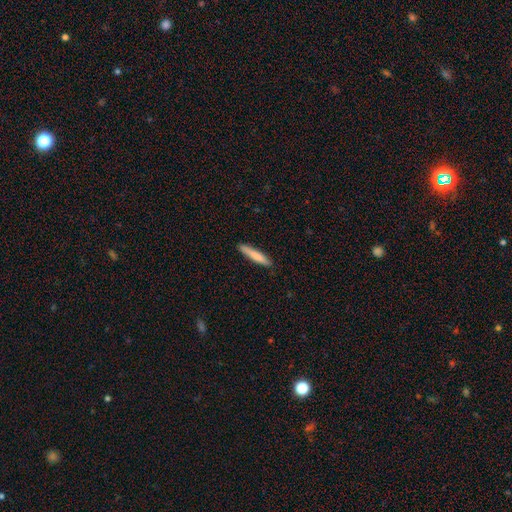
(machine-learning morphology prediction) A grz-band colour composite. It shows a smooth galaxy with no disk features (78%) that is cigar-shaped (92%). Merging: none (88%).